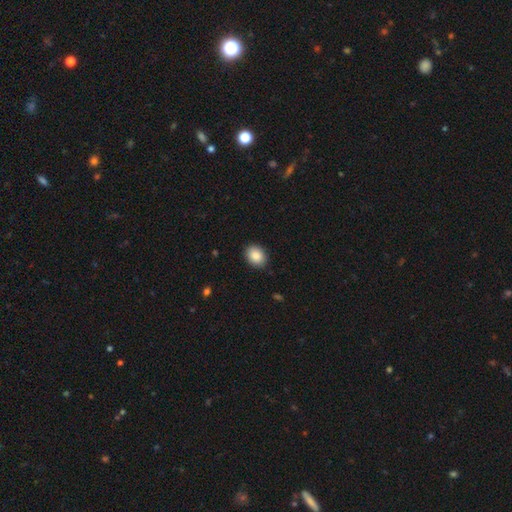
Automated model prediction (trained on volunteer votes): smooth-or-featured: smooth: 88% | star or artifact: 8% | featured or disk: 4%
  how-rounded: in between: 55% | round: 44% | cigar-shaped: 1%
  merging: none: 88% | minor disturbance: 9% | major disturbance: 2% | merger: 1%